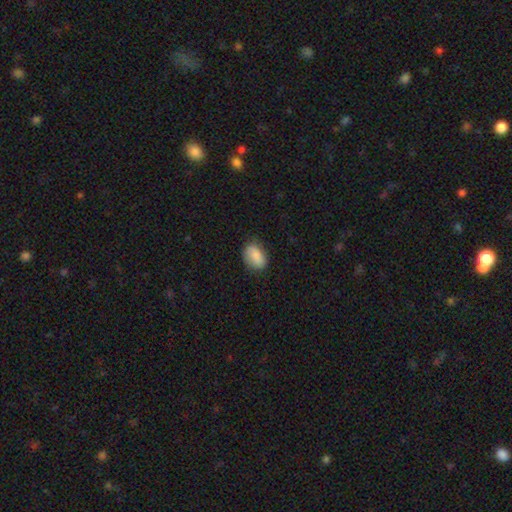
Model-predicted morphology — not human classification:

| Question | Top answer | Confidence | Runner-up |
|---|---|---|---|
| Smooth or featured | smooth | 83% | featured or disk (11%) |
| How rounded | in between | 84% | round (14%) |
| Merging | none | 74% | minor disturbance (20%) |